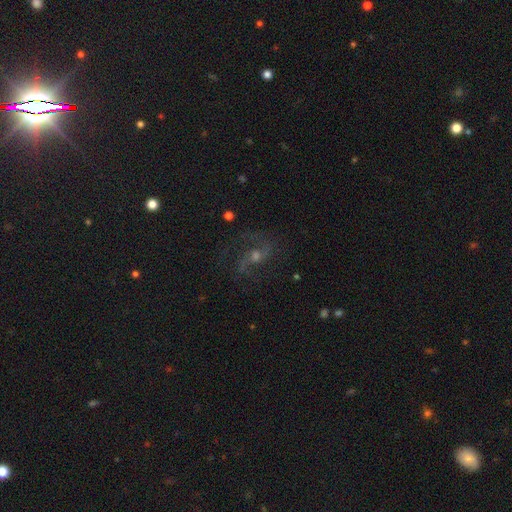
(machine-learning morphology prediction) Smooth or featured?
  - featured or disk: 75% *
  - star or artifact: 16%
  - smooth: 9%
Edge-on disk?
  - no: 96% *
  - yes: 4%
Bar?
  - no: 45% *
  - weak: 41%
  - strong: 13%
Spiral arms?
  - yes: 95% *
  - no: 5%
Spiral winding?
  - medium: 47% *
  - loose: 41%
  - tight: 12%
Spiral arm count?
  - 2: 83% *
  - can't tell: 6%
  - 3: 4%
  - 1: 3%
  - 4: 2%
  - more than 4: 2%
Bulge size?
  - moderate: 52% *
  - small: 37%
  - large: 6%
  - none: 3%
  - dominant: 2%
Merging?
  - none: 74% *
  - minor disturbance: 13%
  - major disturbance: 11%
  - merger: 2%